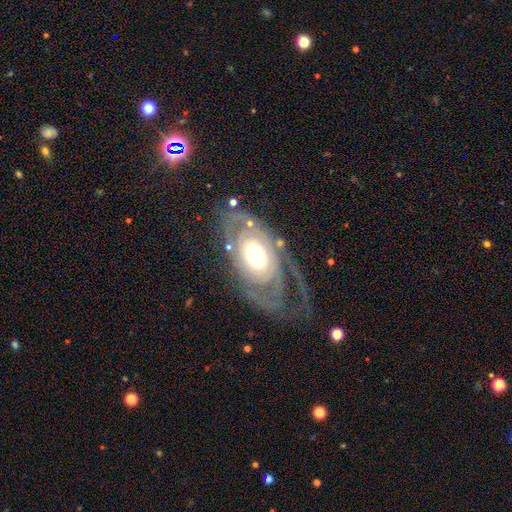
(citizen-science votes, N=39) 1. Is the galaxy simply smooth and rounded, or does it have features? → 92% featured or disk, 8% smooth, 0% star or artifact.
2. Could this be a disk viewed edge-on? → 100% no, 0% yes.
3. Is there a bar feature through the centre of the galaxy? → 58% no, 31% weak, 11% strong.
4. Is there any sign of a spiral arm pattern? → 92% yes, 8% no.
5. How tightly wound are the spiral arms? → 64% tight, 27% medium, 9% loose.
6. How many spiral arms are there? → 48% 2, 27% can't tell, 15% 3, 6% more than 4, 3% 1, 0% 4.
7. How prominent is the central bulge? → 58% moderate, 31% small, 11% large, 0% dominant, 0% none.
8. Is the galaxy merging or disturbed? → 36% none (tied), 36% major disturbance (tied), 28% minor disturbance, 0% merger.